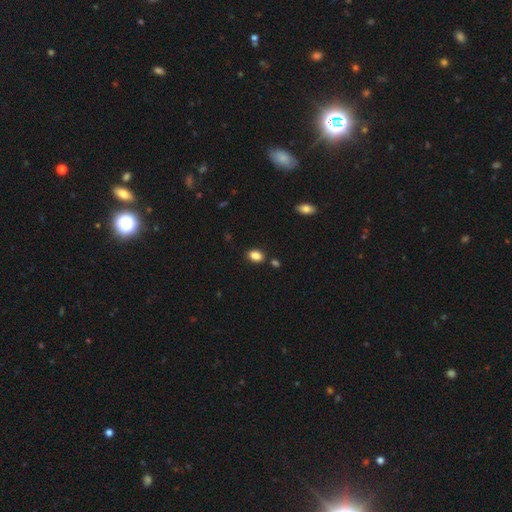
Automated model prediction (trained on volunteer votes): Smooth or featured?
  - smooth: 86% *
  - star or artifact: 10%
  - featured or disk: 5%
How rounded?
  - in between: 80% *
  - round: 19%
  - cigar-shaped: 2%
Merging?
  - none: 81% *
  - minor disturbance: 11%
  - merger: 6%
  - major disturbance: 3%